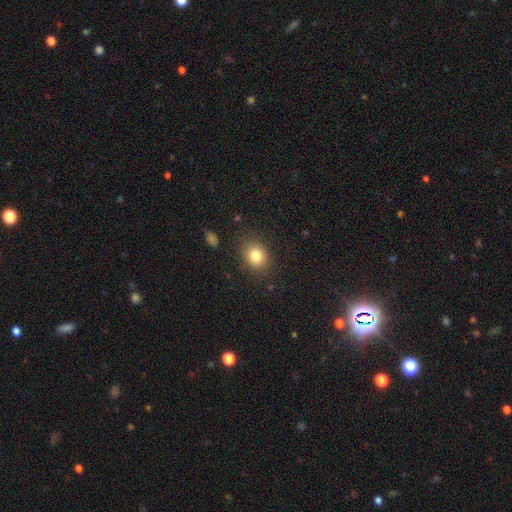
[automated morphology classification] smooth_or_featured: smooth (p=0.81) [alt: star or artifact p=0.11]
how_rounded: round (p=0.54) [alt: in between p=0.45]
merging: none (p=0.83) [alt: minor disturbance p=0.11]